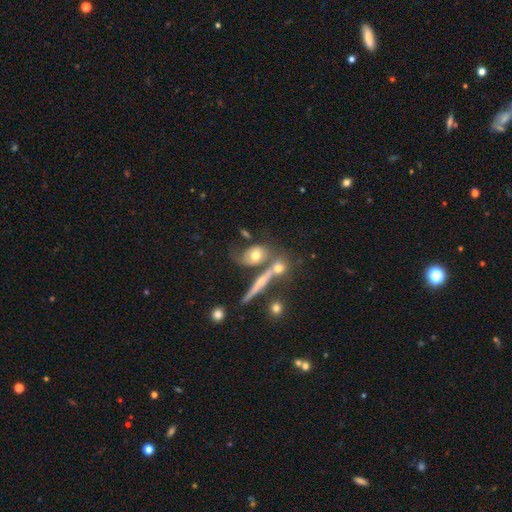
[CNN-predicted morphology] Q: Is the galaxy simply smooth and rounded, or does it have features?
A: smooth — 52%.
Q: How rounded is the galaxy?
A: in between — 55%.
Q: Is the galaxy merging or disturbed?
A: none — 45%.